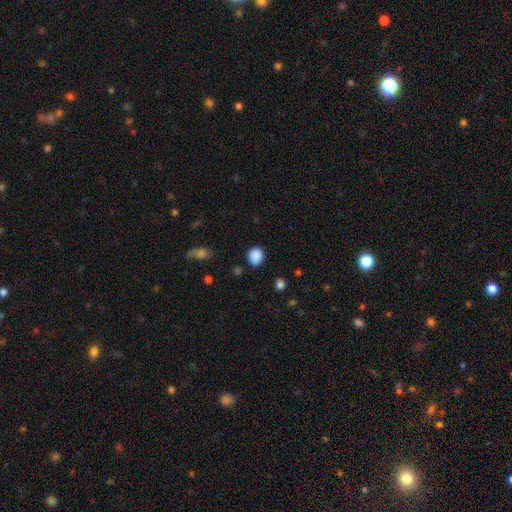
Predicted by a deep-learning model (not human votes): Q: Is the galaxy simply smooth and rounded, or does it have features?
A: smooth — 87%.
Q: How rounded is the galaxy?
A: round — 72%.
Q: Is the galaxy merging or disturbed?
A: none — 77%.